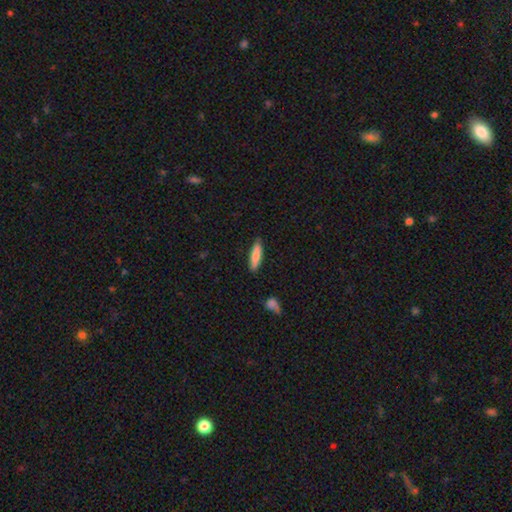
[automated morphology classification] smooth 80%, featured or disk 14%, star or artifact 6%. Down the decision tree: how rounded — cigar-shaped (76%); merging — none (87%).